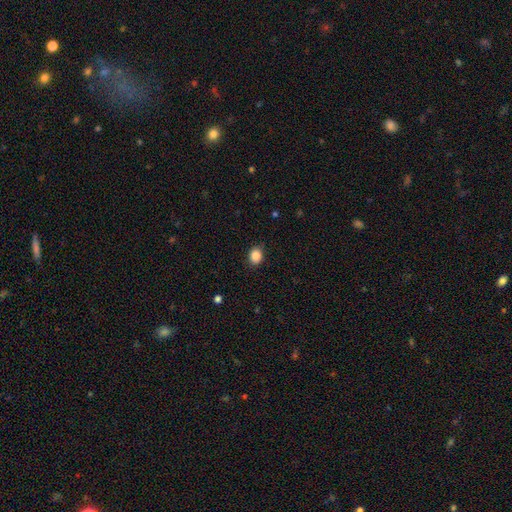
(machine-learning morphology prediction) This is clearly a smooth galaxy (87%). How rounded: possibly round (56%). Merging: clearly none (89%).